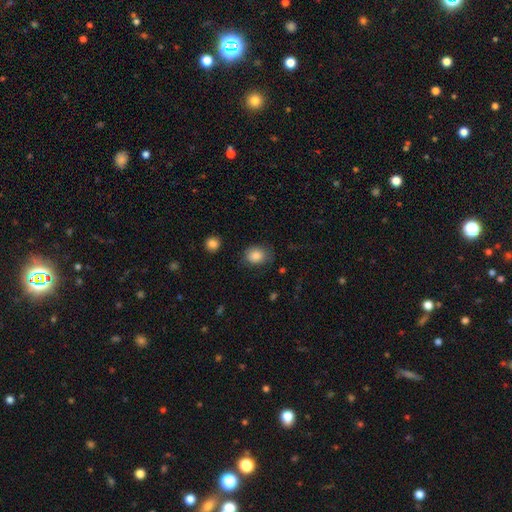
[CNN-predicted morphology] smooth 85%, star or artifact 9%, featured or disk 6%. Down the decision tree: how rounded — round (51%); merging — none (70%).